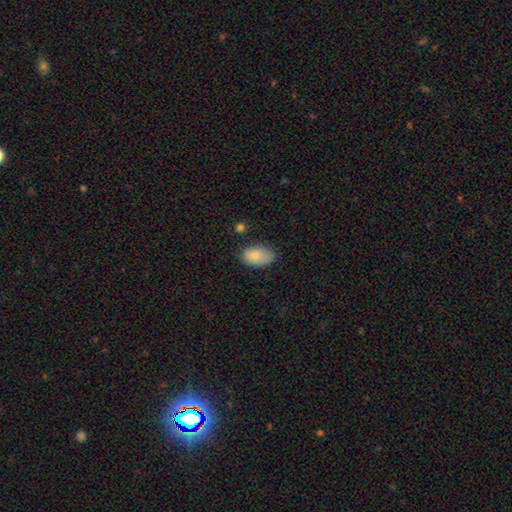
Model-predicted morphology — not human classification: A smooth galaxy with no disk features (83%) that is in between round and cigar-shaped (91%).

Vote fractions:
- Smooth or featured? smooth: 83% / featured or disk: 9% / star or artifact: 8%
- How rounded? in between: 91% / round: 8% / cigar-shaped: 1%
- Merging? none: 64% / minor disturbance: 28% / major disturbance: 6% / merger: 3%